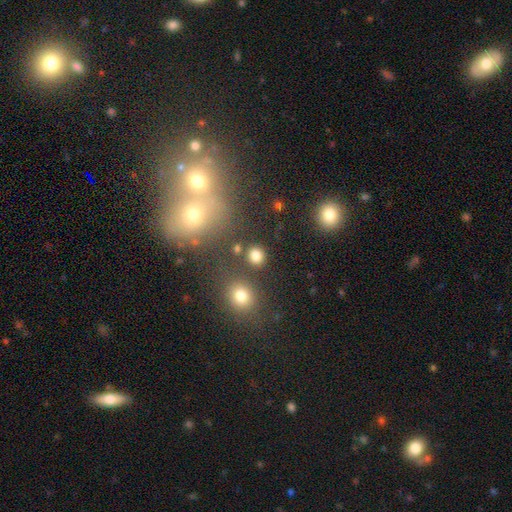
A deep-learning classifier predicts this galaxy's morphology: Smooth or featured?
  - smooth: 81% *
  - star or artifact: 14%
  - featured or disk: 5%
How rounded?
  - round: 84% *
  - in between: 15%
  - cigar-shaped: 1%
Merging?
  - none: 83% *
  - minor disturbance: 7%
  - merger: 6%
  - major disturbance: 3%